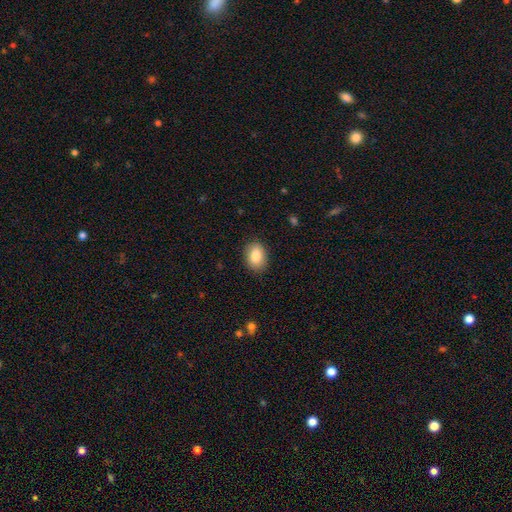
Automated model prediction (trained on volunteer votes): Morphology: type=smooth (86%); roundness=in between (78%); merging=none (86%).